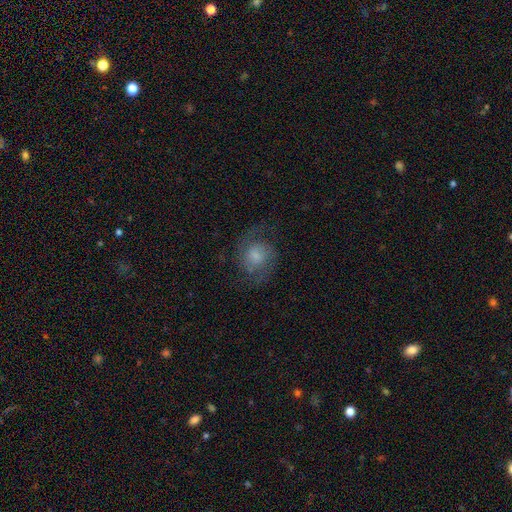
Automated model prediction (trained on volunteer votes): smooth_or_featured: featured or disk (p=0.60) [alt: smooth p=0.31]
disk_edge_on: no (p=0.97) [alt: yes p=0.03]
bar: no (p=0.66) [alt: weak p=0.30]
has_spiral_arms: yes (p=0.90) [alt: no p=0.10]
spiral_winding: medium (p=0.51) [alt: loose p=0.28]
spiral_arm_count: 2 (p=0.83) [alt: can't tell p=0.08]
bulge_size: moderate (p=0.34) [alt: small p=0.26]
merging: none (p=0.68) [alt: minor disturbance p=0.17]